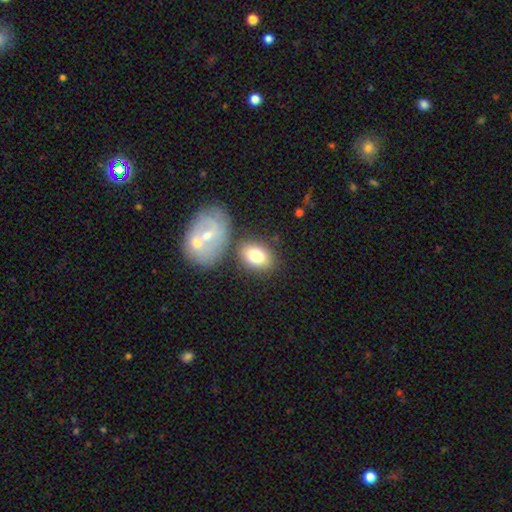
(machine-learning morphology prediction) Overall: smooth (76%). How rounded: in between (68%; round 31%). Merging: none (67%).